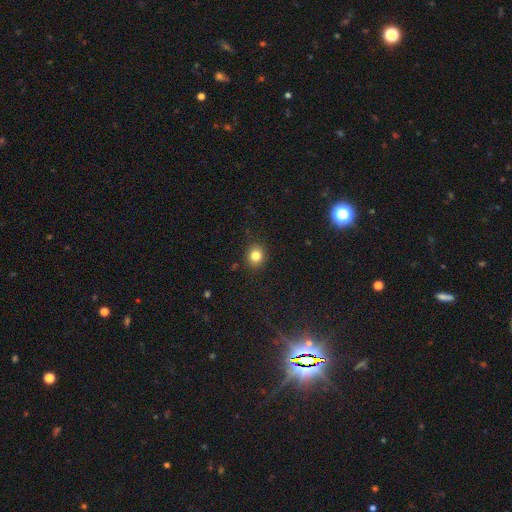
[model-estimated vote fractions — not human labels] smooth 82%, star or artifact 12%, featured or disk 6%. Down the decision tree: how rounded — round (82%); merging — none (89%).